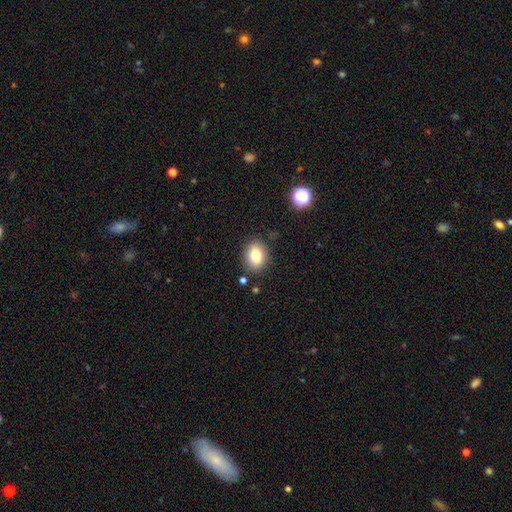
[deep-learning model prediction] The model was most divided on "how rounded": in between: 62%, round: 37%, cigar-shaped: 1%. More confident: merging — none (85%); smooth or featured — smooth (79%).